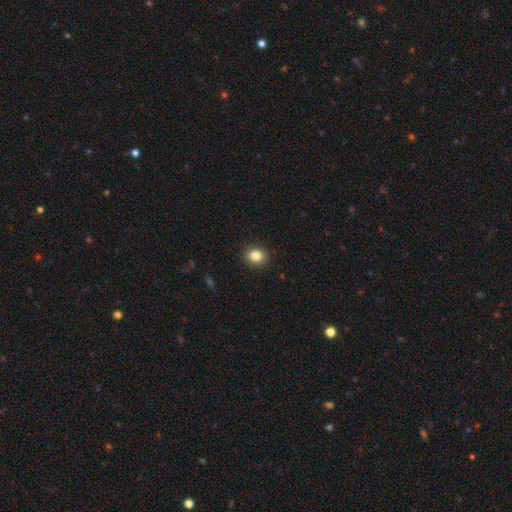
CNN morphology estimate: This appears to be a smooth galaxy with no disk features (84%) that is round (70%). Merging: none (91%).